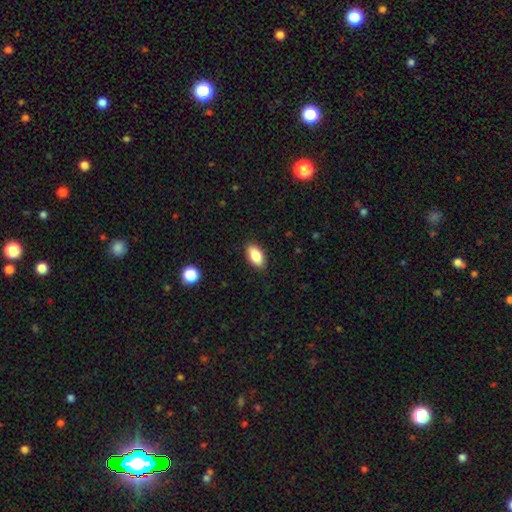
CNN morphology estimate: Smooth or featured? smooth (86%)
How rounded? in between (92%)
Merging? none (88%)